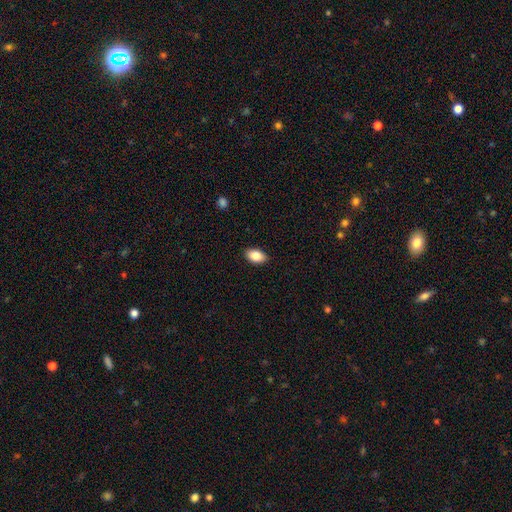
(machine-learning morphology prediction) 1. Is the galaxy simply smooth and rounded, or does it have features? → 88% smooth, 7% star or artifact, 5% featured or disk.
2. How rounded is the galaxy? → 91% in between, 8% round, 1% cigar-shaped.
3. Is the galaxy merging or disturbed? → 88% none, 9% minor disturbance, 2% major disturbance, 1% merger.